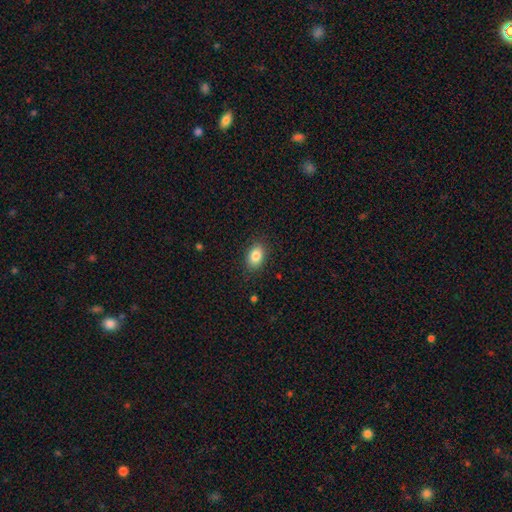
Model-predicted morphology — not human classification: smooth 85%, star or artifact 8%, featured or disk 7%. Down the decision tree: how rounded — in between (84%); merging — none (87%).